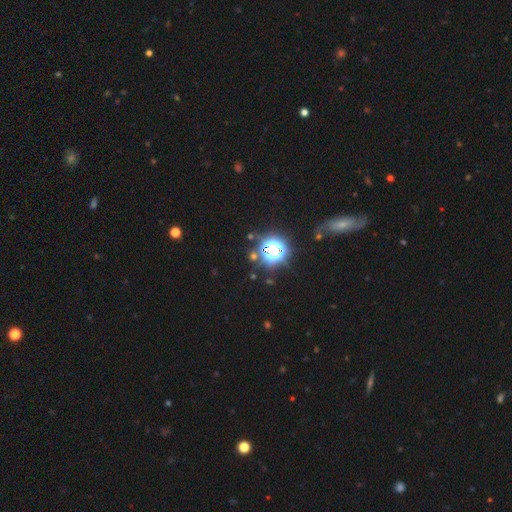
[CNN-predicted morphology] smooth-or-featured: star or artifact: 73% | smooth: 18% | featured or disk: 9%